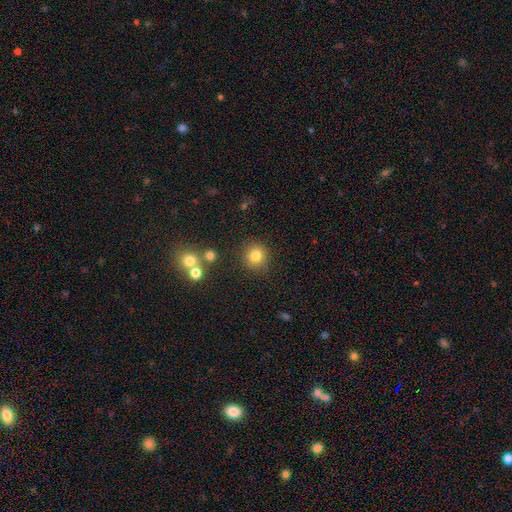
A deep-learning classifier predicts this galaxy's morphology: Overall: smooth (81%). How rounded: round (92%). Merging: none (86%).